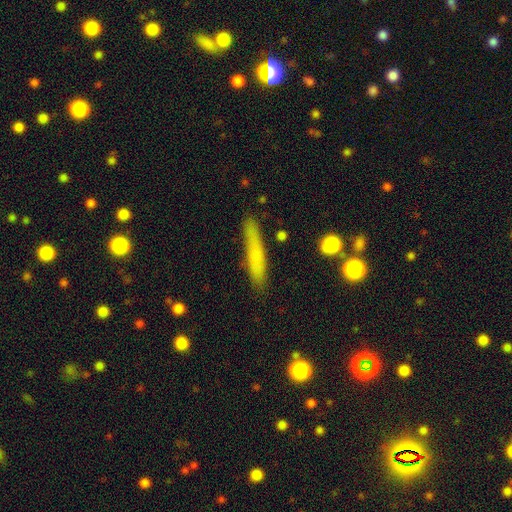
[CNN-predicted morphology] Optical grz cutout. It shows a smooth galaxy with no disk features (66%) that is cigar-shaped (90%). Merging: none (80%).